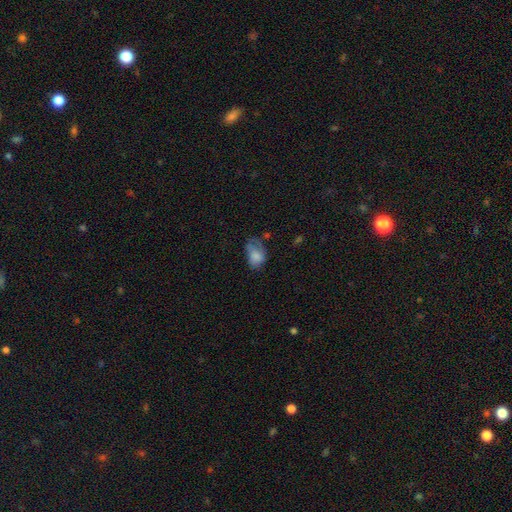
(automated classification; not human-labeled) The model was most divided on "merging": minor disturbance: 34%, major disturbance: 32%, none: 29%, merger: 5%. More confident: how rounded — in between (83%); smooth or featured — smooth (72%).